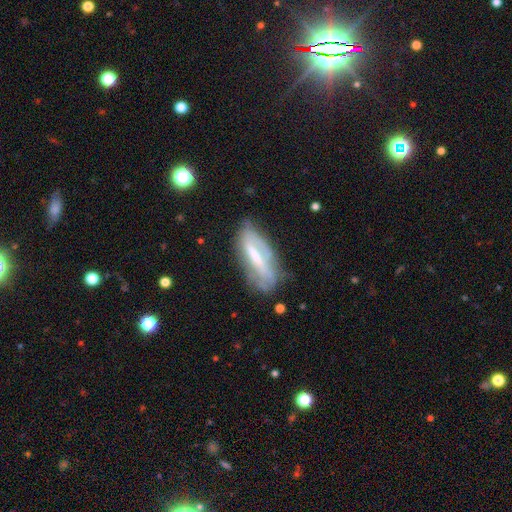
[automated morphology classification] This appears to be a featured or disk galaxy (60%). Merging: none (58%).